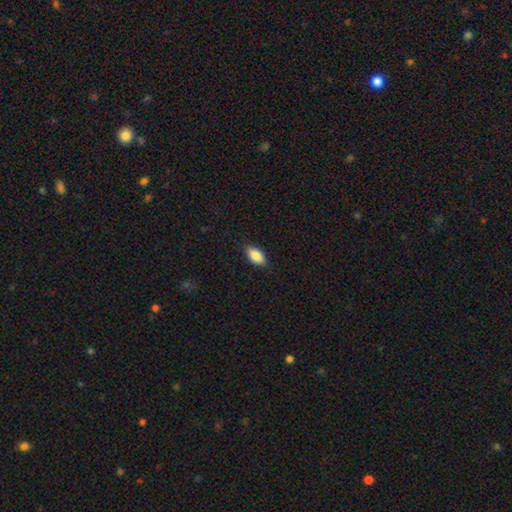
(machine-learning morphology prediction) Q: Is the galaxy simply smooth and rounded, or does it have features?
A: smooth — 86%.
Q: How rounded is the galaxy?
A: in between — 90%.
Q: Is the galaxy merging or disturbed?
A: none — 86%.